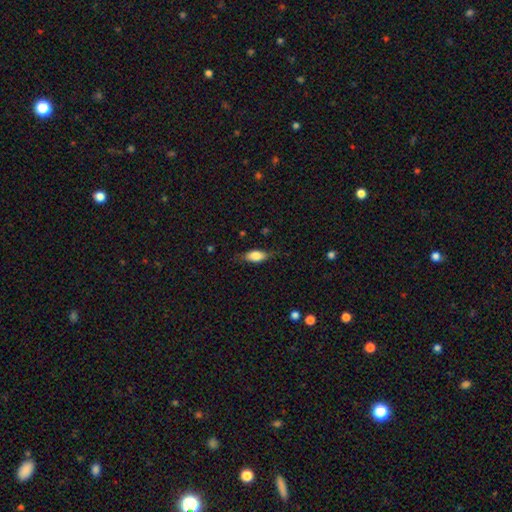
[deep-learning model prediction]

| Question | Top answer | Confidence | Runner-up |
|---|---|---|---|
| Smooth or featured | smooth | 76% | featured or disk (17%) |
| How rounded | in between | 84% | cigar-shaped (11%) |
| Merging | none | 71% | minor disturbance (22%) |